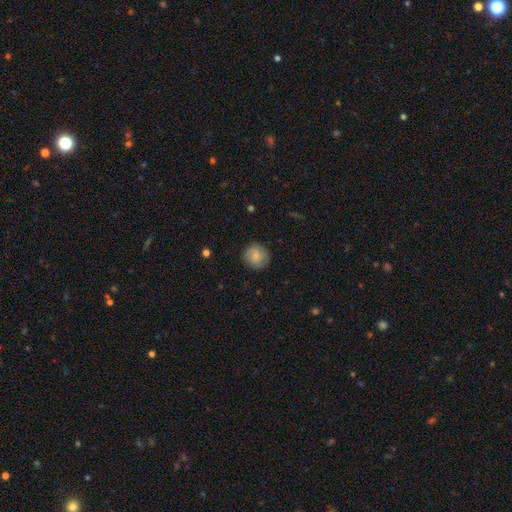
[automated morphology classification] The model was most divided on "smooth or featured": smooth: 83%, featured or disk: 10%, star or artifact: 7%. More confident: how rounded — round (90%); merging — none (85%).